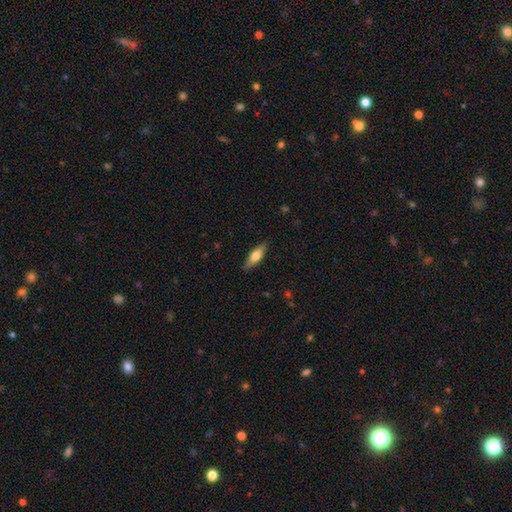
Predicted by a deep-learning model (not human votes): smooth_or_featured: smooth (p=0.64) [alt: featured or disk p=0.30]
how_rounded: in between (p=0.53) [alt: cigar-shaped p=0.45]
merging: none (p=0.86) [alt: minor disturbance p=0.11]